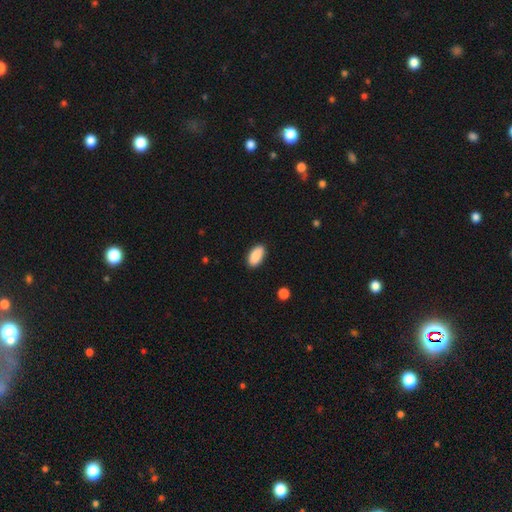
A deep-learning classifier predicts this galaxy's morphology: The model was most divided on "merging": none: 87%, minor disturbance: 10%, major disturbance: 2%, merger: 1%. More confident: how rounded — in between (93%); smooth or featured — smooth (89%).